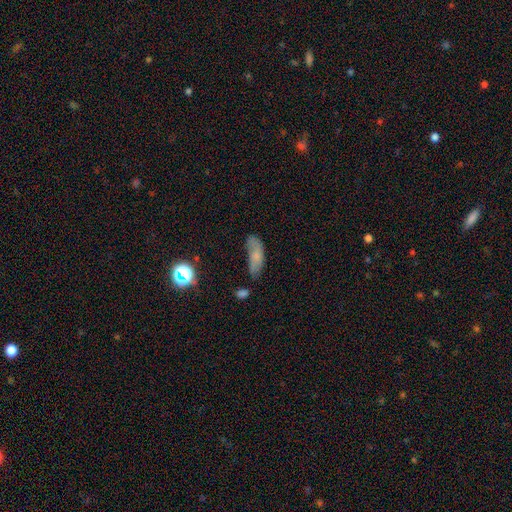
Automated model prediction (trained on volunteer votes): Q: Smooth or featured?
A: smooth (67%); runner-up: featured or disk (21%)
Q: How rounded?
A: in between (67%); runner-up: cigar-shaped (30%)
Q: Merging?
A: none (42%); runner-up: minor disturbance (33%)